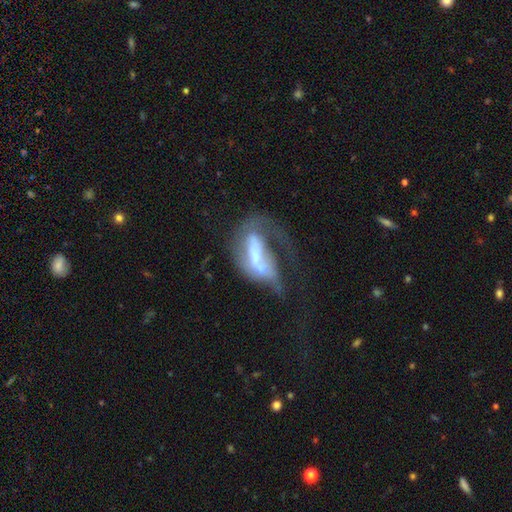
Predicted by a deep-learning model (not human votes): Smooth or featured: featured or disk — 61% (smooth — 29%)
Edge-on disk: no — 90% (yes — 10%)
Bar: no — 39% (strong — 33%)
Spiral arms: no — 54% (yes — 46%)
Bulge size: moderate — 32% (small — 29%)
Merging: major disturbance — 54% (none — 17%)